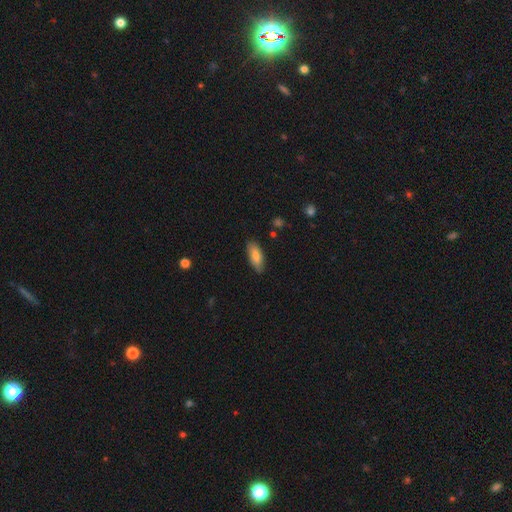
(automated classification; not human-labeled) Smooth or featured? smooth (78%)
How rounded? in between (78%)
Merging? none (83%)